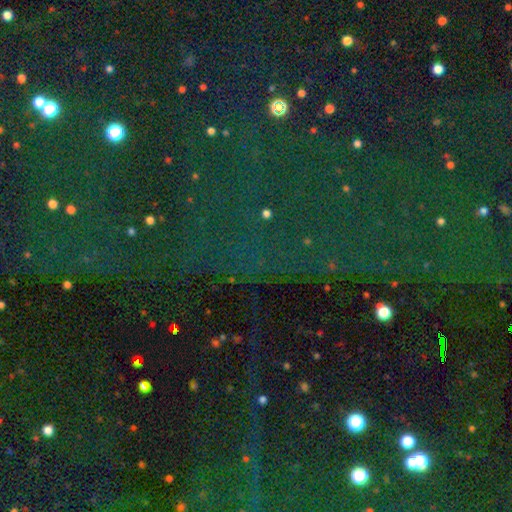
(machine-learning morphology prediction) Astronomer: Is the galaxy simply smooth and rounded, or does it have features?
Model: star or artifact — 83%.